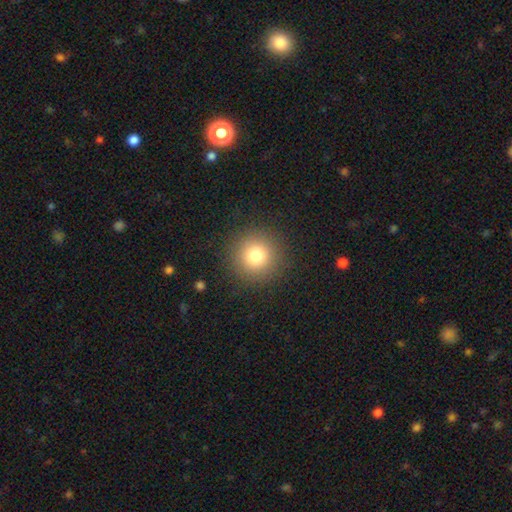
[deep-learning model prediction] This is likely a smooth galaxy (78%). How rounded: clearly round (96%). Merging: clearly none (90%).